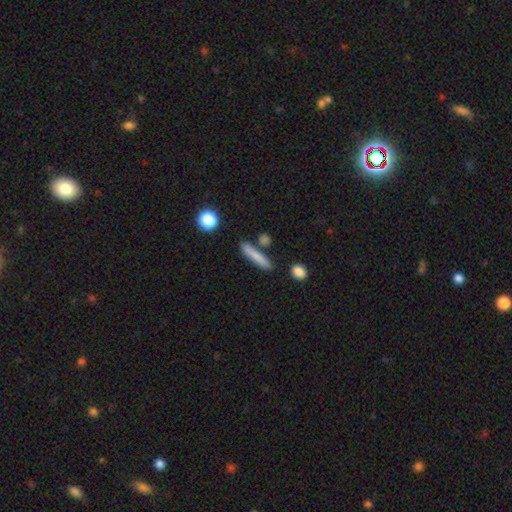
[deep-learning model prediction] Smooth or featured?
  - smooth: 77% *
  - featured or disk: 16%
  - star or artifact: 7%
How rounded?
  - cigar-shaped: 86% *
  - in between: 10%
  - round: 3%
Merging?
  - none: 78% *
  - minor disturbance: 11%
  - merger: 8%
  - major disturbance: 3%